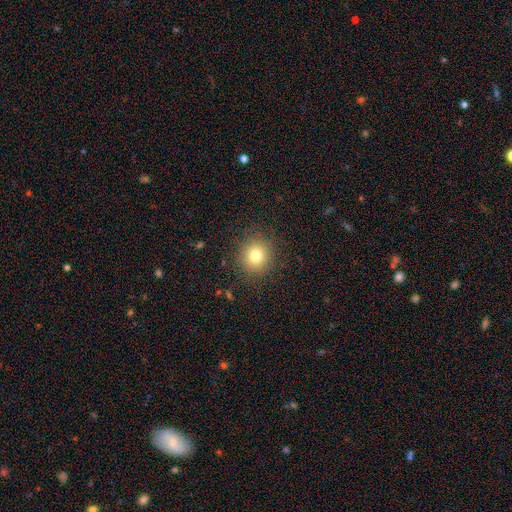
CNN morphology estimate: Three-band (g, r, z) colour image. It shows a smooth galaxy with no disk features (78%) that is round (90%). Merging: none (88%).